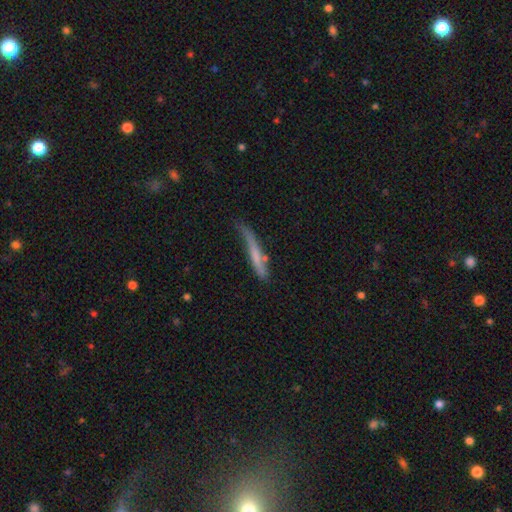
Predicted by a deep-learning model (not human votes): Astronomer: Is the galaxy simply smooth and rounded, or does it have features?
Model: smooth — 53% (runner-up: featured or disk, 40%).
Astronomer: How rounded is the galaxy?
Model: cigar-shaped — 92%.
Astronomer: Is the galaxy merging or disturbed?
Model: none — 44% (runner-up: minor disturbance, 32%).